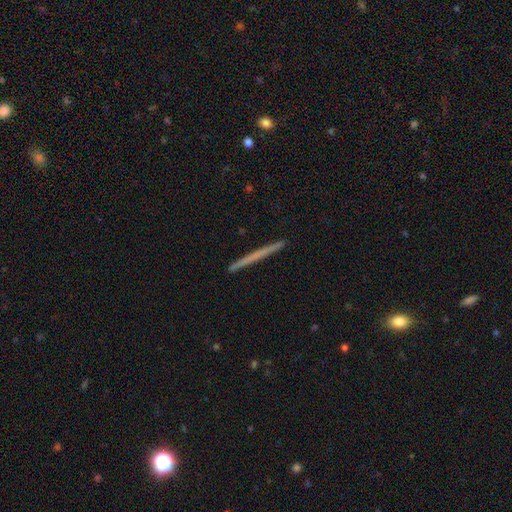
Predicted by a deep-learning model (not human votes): The model was most divided on "smooth or featured": smooth: 50%, featured or disk: 44%, star or artifact: 6%. More confident: merging — none (93%).